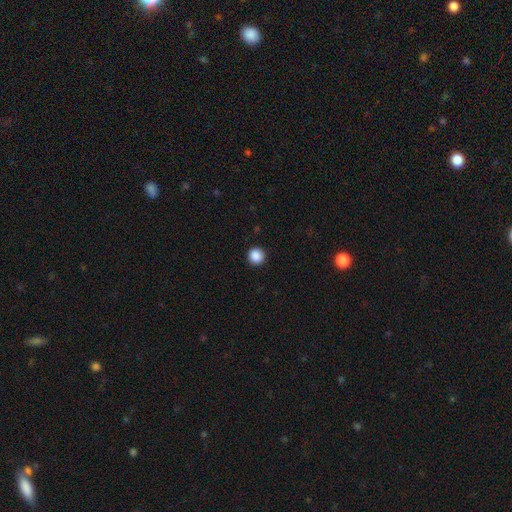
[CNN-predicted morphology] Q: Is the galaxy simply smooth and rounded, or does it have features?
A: smooth — 88%.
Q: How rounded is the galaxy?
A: round — 96%.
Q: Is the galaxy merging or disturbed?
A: none — 93%.